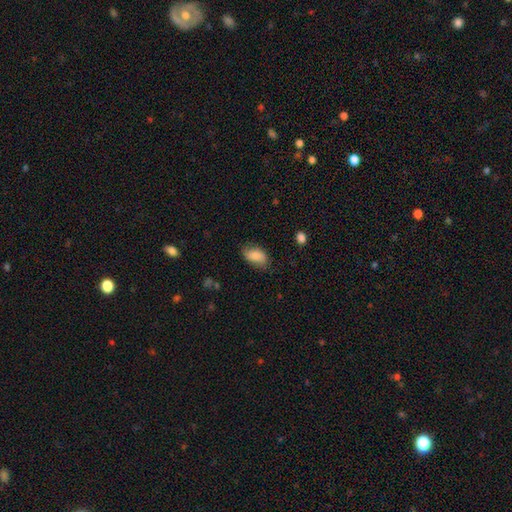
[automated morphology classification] Overall: smooth (83%). How rounded: in between (92%). Merging: none (70%).